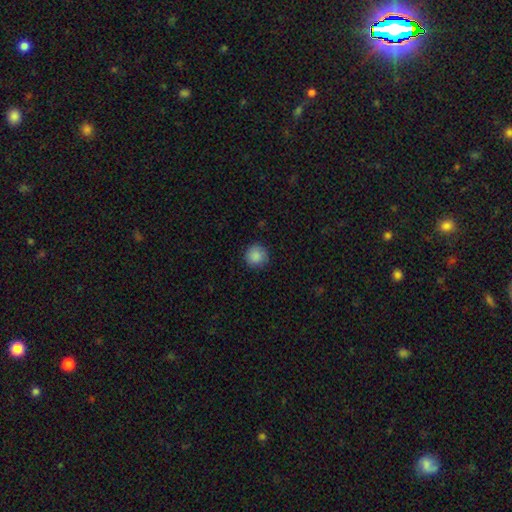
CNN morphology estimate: This is clearly a smooth galaxy (88%). How rounded: clearly round (94%). Merging: clearly none (87%).